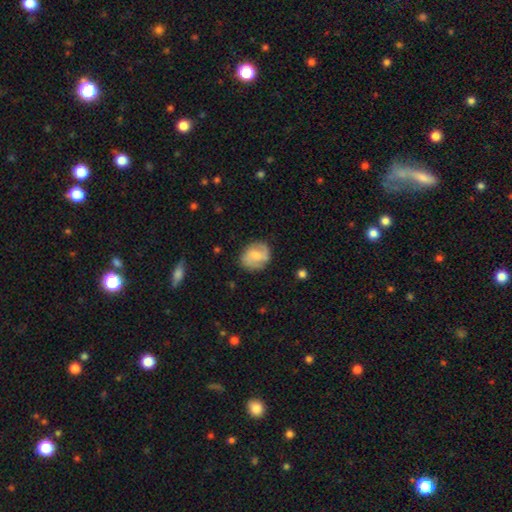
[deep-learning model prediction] Smooth or featured: featured or disk — 52% (smooth — 41%)
Edge-on disk: no — 97% (yes — 3%)
Bar: weak — 46% (no — 44%)
Spiral arms: yes — 85% (no — 15%)
Bulge size: moderate — 39% (small — 38%)
Merging: none — 76% (minor disturbance — 17%)